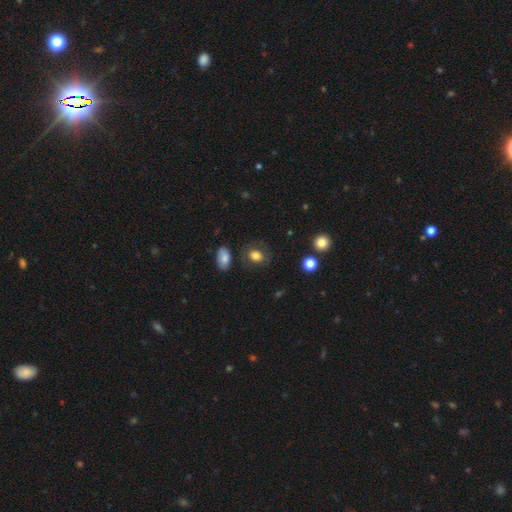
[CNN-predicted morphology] smooth-or-featured: smooth: 76% | featured or disk: 14% | star or artifact: 10%
  how-rounded: in between: 60% | round: 39% | cigar-shaped: 1%
  merging: none: 74% | minor disturbance: 15% | major disturbance: 8% | merger: 3%